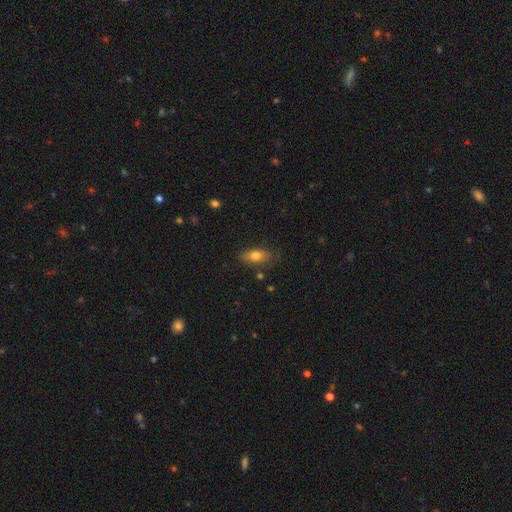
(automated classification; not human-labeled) Smooth or featured? Predicted: smooth (p=0.76). How rounded? Predicted: in between (p=0.79). Merging? Predicted: none (p=0.76).